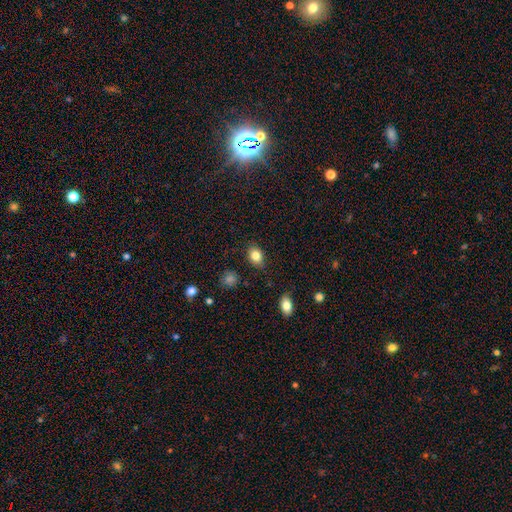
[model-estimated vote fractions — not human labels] A smooth galaxy with no disk features (83%) that is in between round and cigar-shaped (69%). Merging: none (83%).